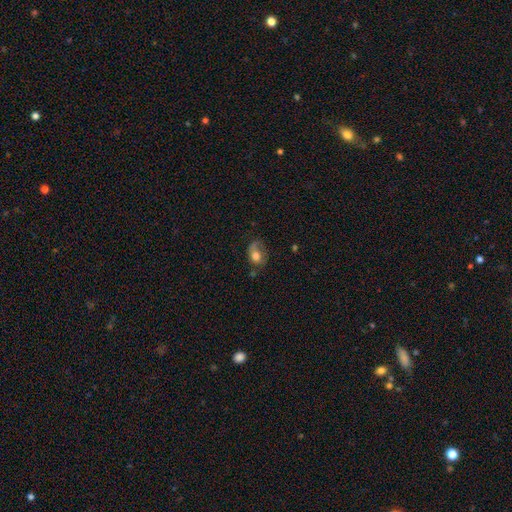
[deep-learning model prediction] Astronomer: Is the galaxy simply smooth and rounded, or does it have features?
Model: smooth — 63%.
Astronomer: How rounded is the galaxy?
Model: in between — 70%.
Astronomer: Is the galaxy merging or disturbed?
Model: none — 38% (runner-up: minor disturbance, 32%).